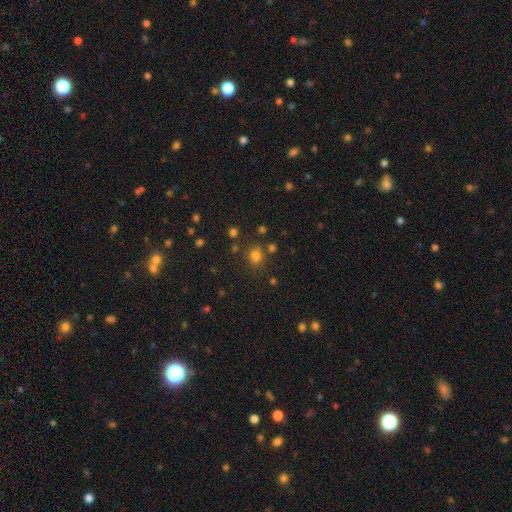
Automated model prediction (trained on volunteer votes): smooth-or-featured: smooth: 75% | star or artifact: 18% | featured or disk: 7%
  how-rounded: round: 67% | in between: 32% | cigar-shaped: 1%
  merging: none: 75% | minor disturbance: 13% | merger: 8% | major disturbance: 4%